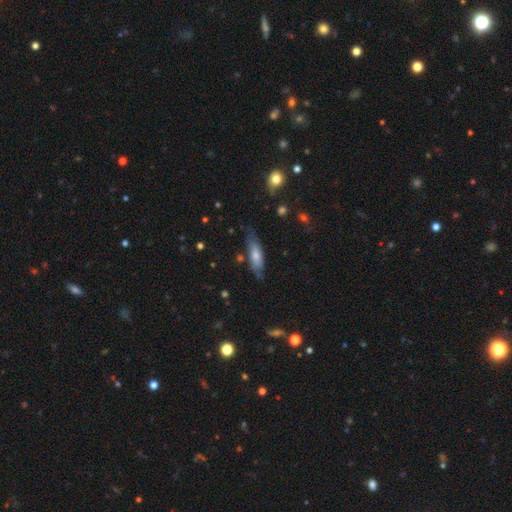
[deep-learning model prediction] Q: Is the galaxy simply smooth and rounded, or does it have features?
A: smooth — 62%.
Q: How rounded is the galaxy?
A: in between — 53%.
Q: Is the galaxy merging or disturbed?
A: none — 64%.